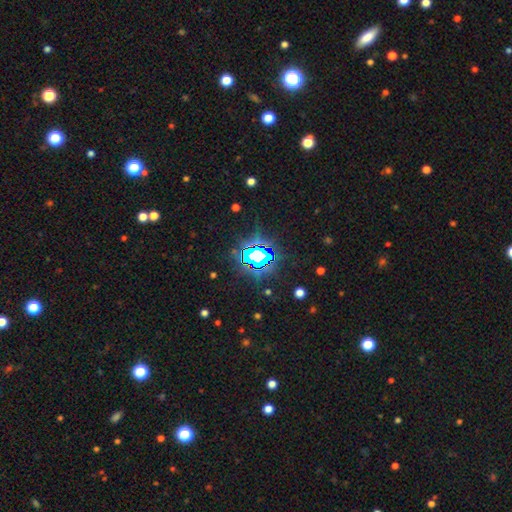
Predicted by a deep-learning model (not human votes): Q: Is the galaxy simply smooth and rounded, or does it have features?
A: star or artifact — 74%.